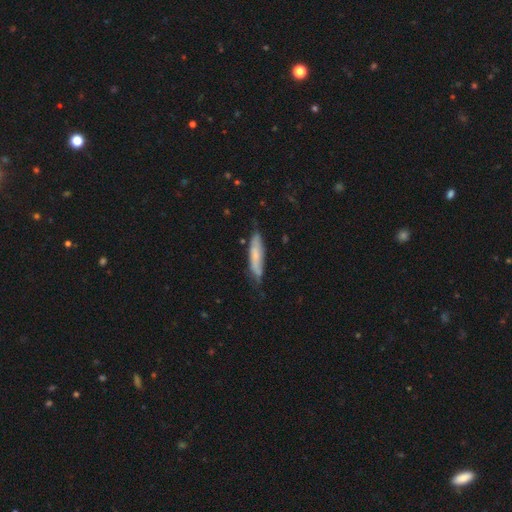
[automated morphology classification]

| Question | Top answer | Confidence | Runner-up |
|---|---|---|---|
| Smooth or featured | smooth | 60% | featured or disk (33%) |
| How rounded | cigar-shaped | 79% | in between (20%) |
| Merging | none | 67% | minor disturbance (26%) |